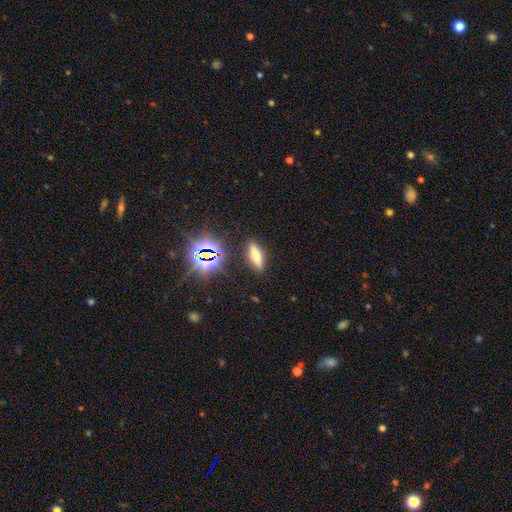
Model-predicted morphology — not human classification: A smooth galaxy with no disk features (52%) that is cigar-shaped (53%).

Vote fractions:
- Smooth or featured? smooth: 52% / featured or disk: 26% / star or artifact: 22%
- How rounded? cigar-shaped: 53% / in between: 41% / round: 7%
- Merging? none: 88% / minor disturbance: 7% / major disturbance: 2% / merger: 2%